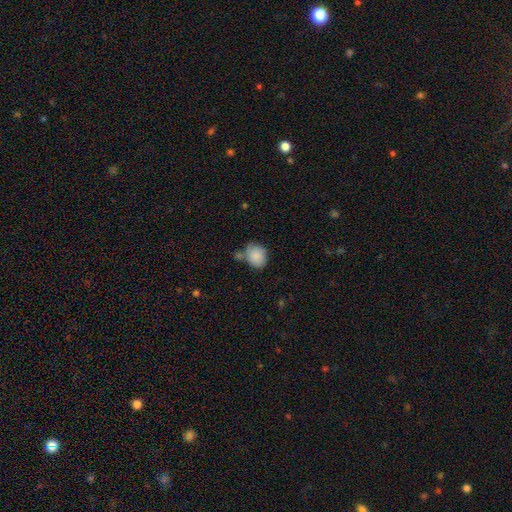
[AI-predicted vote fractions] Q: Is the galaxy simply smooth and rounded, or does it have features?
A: smooth — 85%.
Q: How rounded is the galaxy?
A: round — 58%.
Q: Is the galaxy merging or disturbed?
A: none — 51%.